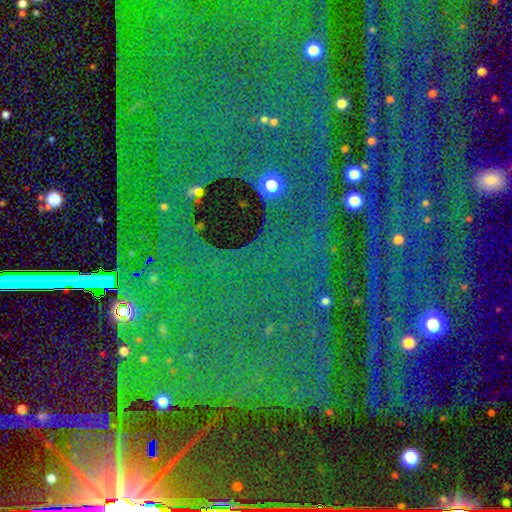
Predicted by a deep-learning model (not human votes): Smooth or featured?
  - star or artifact: 86% *
  - featured or disk: 8%
  - smooth: 6%